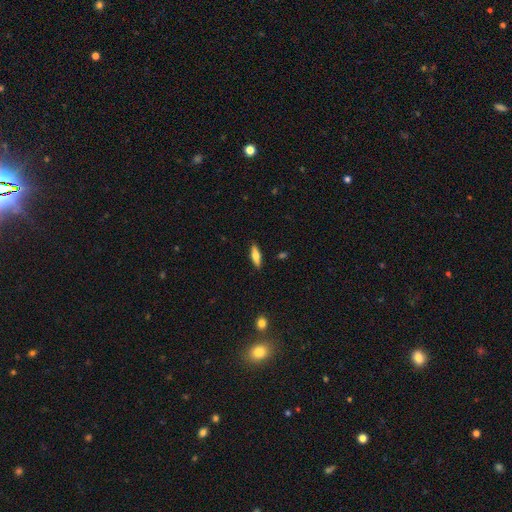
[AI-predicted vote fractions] This appears to be a smooth galaxy with no disk features (65%) that is cigar-shaped (54%). Merging: none (88%).